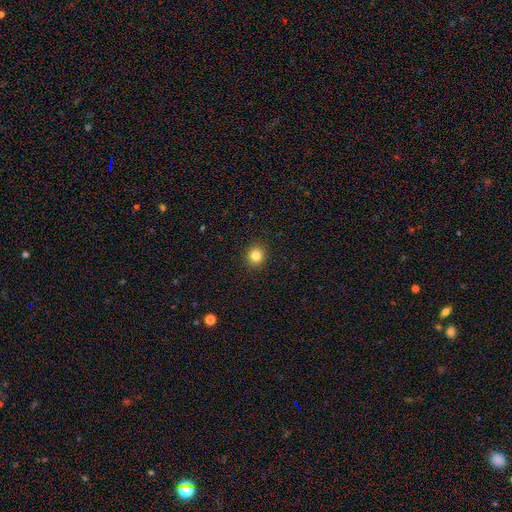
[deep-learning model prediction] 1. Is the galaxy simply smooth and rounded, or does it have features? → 83% smooth, 12% star or artifact, 6% featured or disk.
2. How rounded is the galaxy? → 88% round, 11% in between, 1% cigar-shaped.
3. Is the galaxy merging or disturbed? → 92% none, 5% minor disturbance, 2% major disturbance, 1% merger.